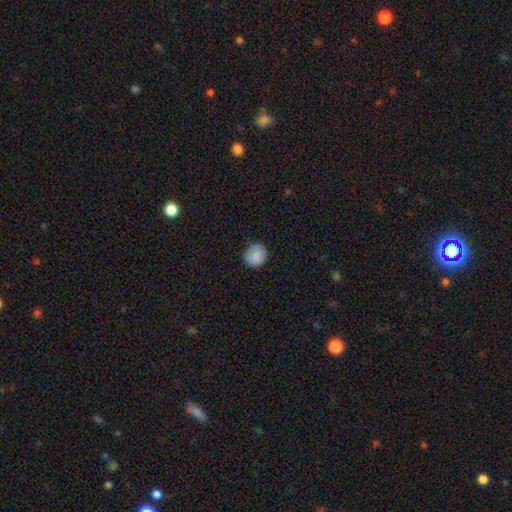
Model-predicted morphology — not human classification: smooth-or-featured: smooth: 88% | star or artifact: 8% | featured or disk: 4%
  how-rounded: round: 83% | in between: 16% | cigar-shaped: 1%
  merging: none: 82% | minor disturbance: 14% | major disturbance: 3% | merger: 1%